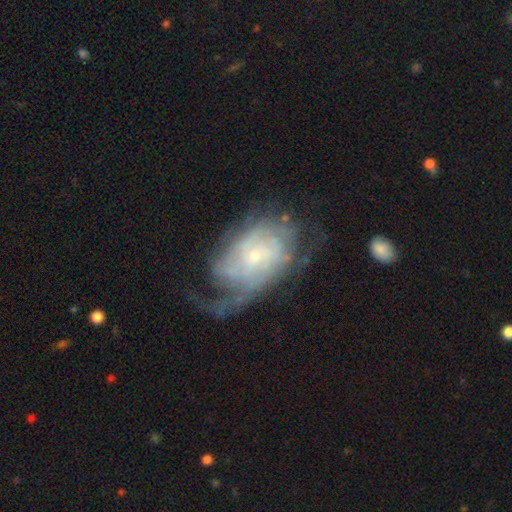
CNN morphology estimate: The model was most divided on "spiral winding": tight: 53%, medium: 32%, loose: 14%. Remaining: edge-on disk — no (96%); spiral arms — yes (92%); smooth or featured — featured or disk (83%); bulge size — small (71%); bar — no (62%); merging — none (50%); spiral arm count — can't tell (45%).